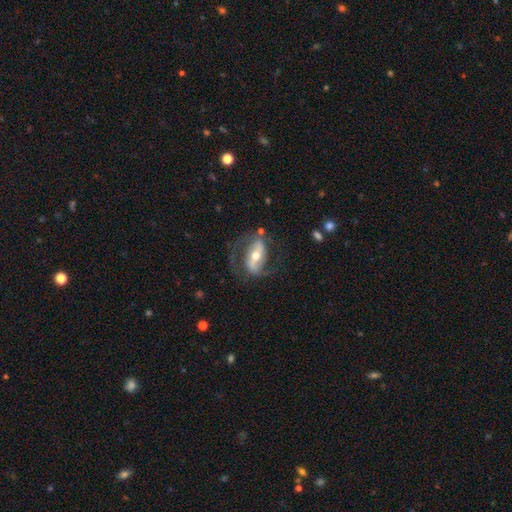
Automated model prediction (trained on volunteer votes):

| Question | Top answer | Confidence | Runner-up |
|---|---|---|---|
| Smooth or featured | featured or disk | 81% | smooth (14%) |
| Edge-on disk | no | 94% | yes (6%) |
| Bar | strong | 55% | weak (29%) |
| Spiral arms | yes | 90% | no (10%) |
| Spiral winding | medium | 50% | loose (34%) |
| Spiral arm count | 2 | 88% | can't tell (5%) |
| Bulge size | moderate | 65% | small (26%) |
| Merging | none | 66% | minor disturbance (16%) |